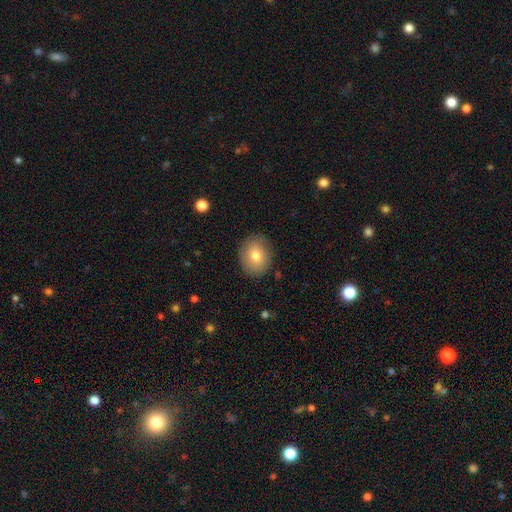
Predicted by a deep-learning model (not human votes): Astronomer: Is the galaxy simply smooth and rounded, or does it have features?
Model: smooth — 76%.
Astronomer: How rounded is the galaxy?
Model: round — 52% (runner-up: in between, 47%).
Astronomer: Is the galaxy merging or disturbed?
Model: none — 86%.